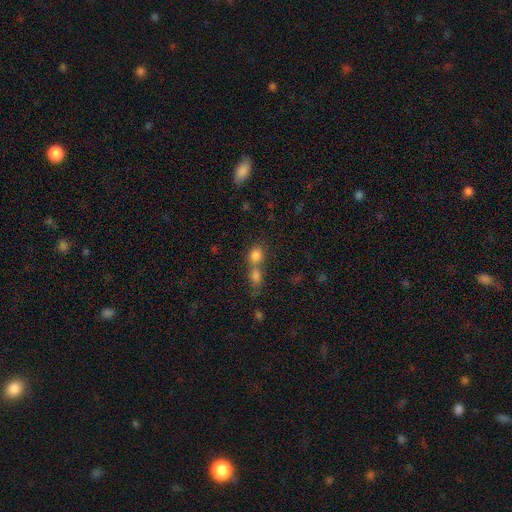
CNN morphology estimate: The model was most divided on "how rounded": round: 57%, in between: 41%, cigar-shaped: 2%. More confident: smooth or featured — smooth (80%); merging — merger (60%).